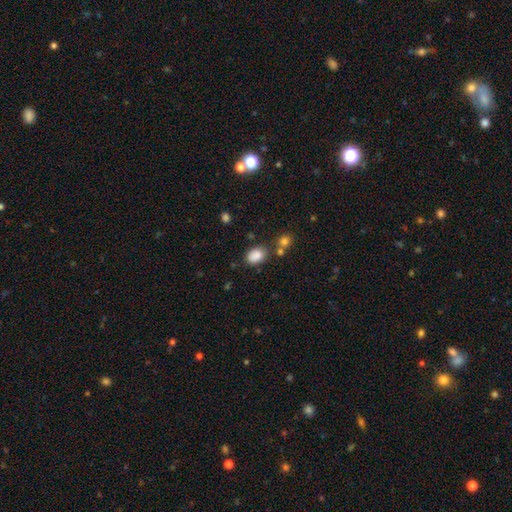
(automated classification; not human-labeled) This appears to be a smooth galaxy with no disk features (86%) that is in between round and cigar-shaped (81%). Merging: none (68%).